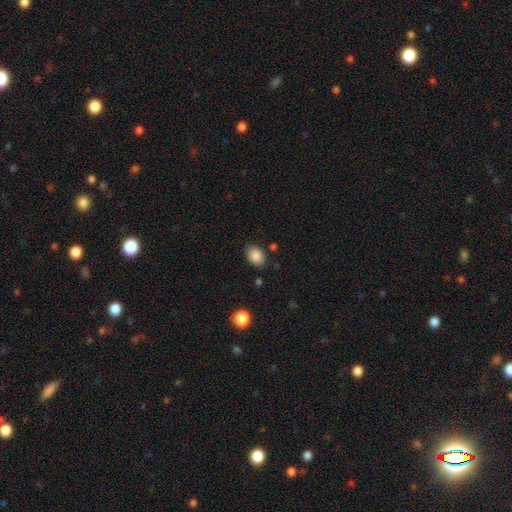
Q: Smooth or featured?
A: smooth (92%); runner-up: featured or disk (5%)
Q: How rounded?
A: in between (72%); runner-up: round (28%)
Q: Merging?
A: none (84%); runner-up: minor disturbance (8%)